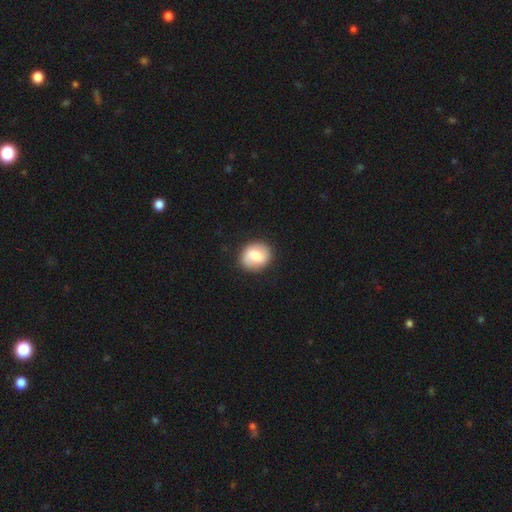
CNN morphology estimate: Q: Smooth or featured?
A: smooth (59%); runner-up: featured or disk (34%)
Q: How rounded?
A: round (75%); runner-up: in between (24%)
Q: Merging?
A: none (87%); runner-up: minor disturbance (9%)